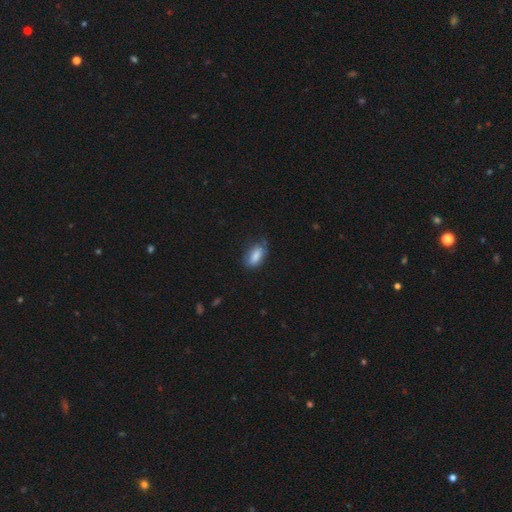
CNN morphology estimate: smooth_or_featured: smooth (p=0.83) [alt: featured or disk p=0.10]
how_rounded: in between (p=0.88) [alt: cigar-shaped p=0.08]
merging: none (p=0.67) [alt: minor disturbance p=0.26]